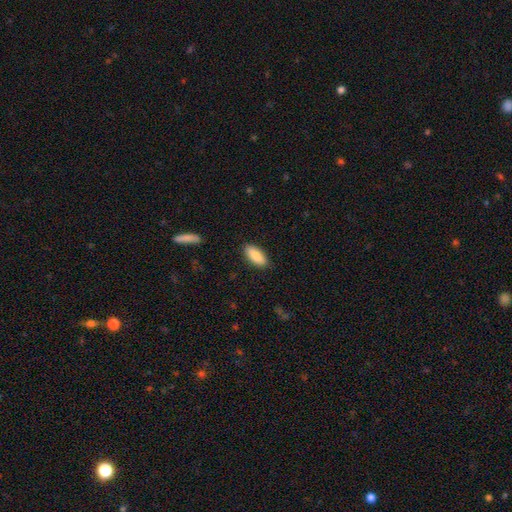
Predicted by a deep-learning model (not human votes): This appears to be a smooth galaxy with no disk features (87%) that is in between round and cigar-shaped (81%). Merging: none (87%).